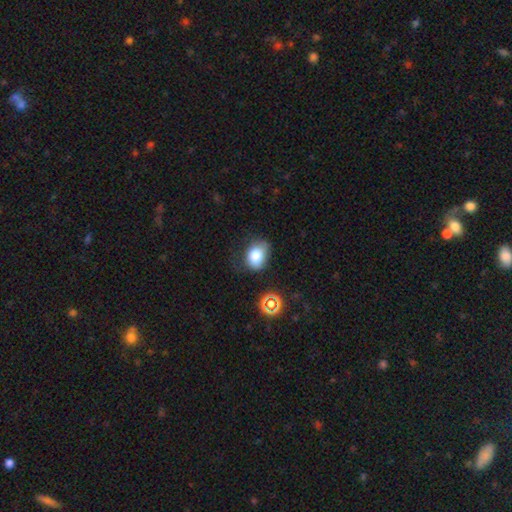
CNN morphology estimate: The model was most divided on "merging": none: 57%, minor disturbance: 30%, major disturbance: 10%, merger: 3%. More confident: smooth or featured — smooth (79%); how rounded — in between (65%).